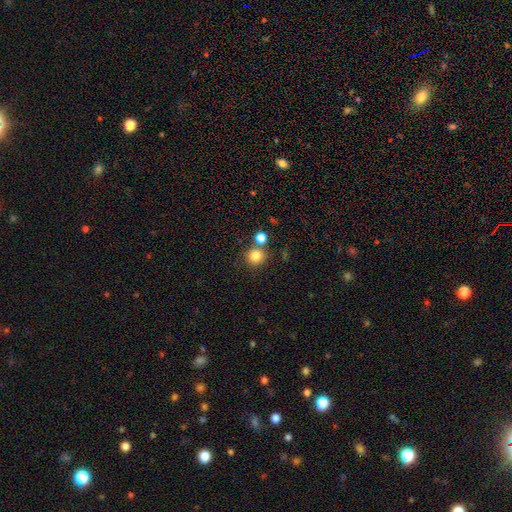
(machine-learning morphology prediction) Smooth or featured: smooth — 82% (star or artifact — 12%)
How rounded: round — 92% (in between — 8%)
Merging: none — 72% (merger — 16%)